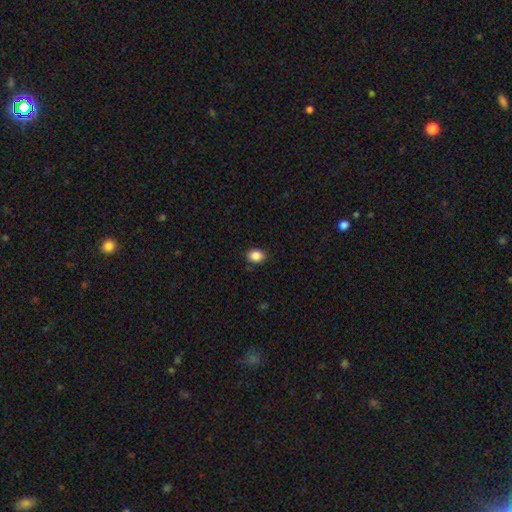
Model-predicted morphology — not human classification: Smooth or featured? smooth (87%)
How rounded? in between (56%)
Merging? none (87%)